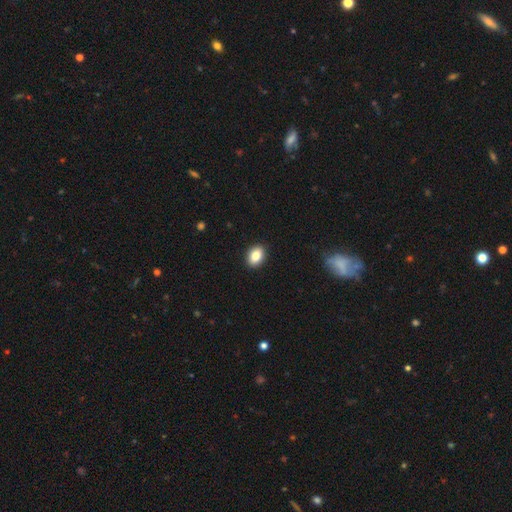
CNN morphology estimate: Q: Smooth or featured?
A: smooth (85%); runner-up: star or artifact (8%)
Q: How rounded?
A: in between (78%); runner-up: round (21%)
Q: Merging?
A: none (91%); runner-up: minor disturbance (6%)